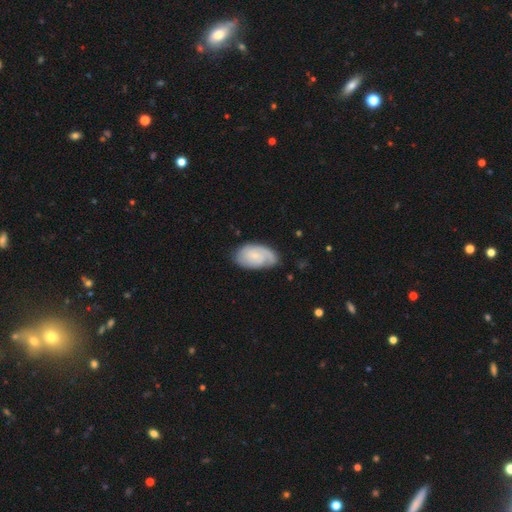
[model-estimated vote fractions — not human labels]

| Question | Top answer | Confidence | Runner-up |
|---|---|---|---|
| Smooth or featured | featured or disk | 60% | smooth (34%) |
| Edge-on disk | no | 96% | yes (4%) |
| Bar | no | 71% | weak (25%) |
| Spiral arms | yes | 89% | no (11%) |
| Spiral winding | tight | 59% | medium (30%) |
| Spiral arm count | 2 | 36% | can't tell (27%) |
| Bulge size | small | 69% | moderate (18%) |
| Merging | none | 66% | minor disturbance (25%) |